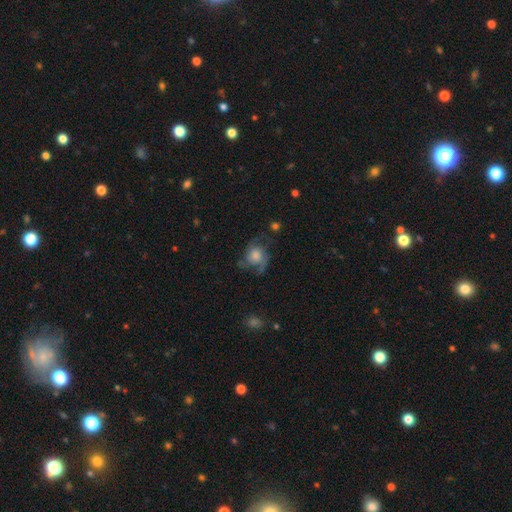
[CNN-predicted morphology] featured or disk 58%, smooth 33%, star or artifact 9%. Down the decision tree: edge-on disk — no (97%); bar — no (78%); spiral arms — yes (87%); bulge size — moderate (38%); merging — none (53%).